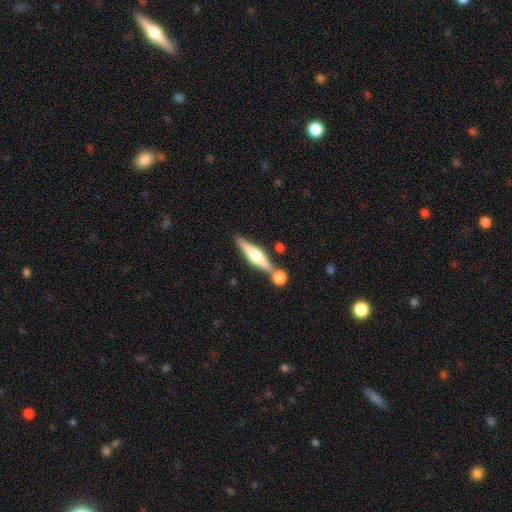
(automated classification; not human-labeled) Q: Smooth or featured?
A: featured or disk (59%); runner-up: smooth (35%)
Q: Edge-on disk?
A: yes (96%); runner-up: no (4%)
Q: Edge-on bulge?
A: rounded (83%); runner-up: boxy (12%)
Q: Merging?
A: none (70%); runner-up: merger (17%)